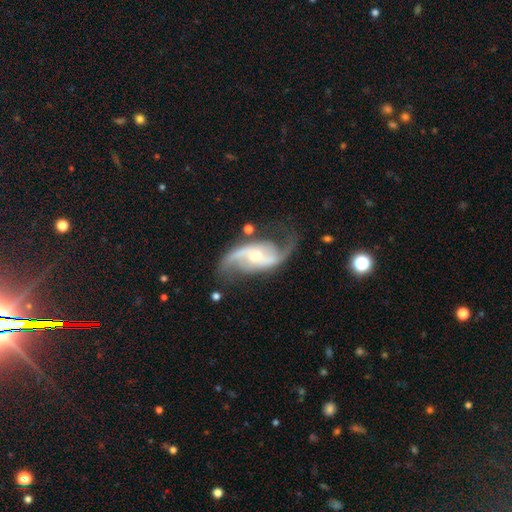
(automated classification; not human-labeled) Smooth or featured? Predicted: featured or disk (p=0.90). Edge-on disk? Predicted: no (p=0.97). Bar? Predicted: no (p=0.42). Spiral arms? Predicted: yes (p=0.97). Spiral winding? Predicted: loose (p=0.68). Spiral arm count? Predicted: 2 (p=0.93). Bulge size? Predicted: small (p=0.49). Merging? Predicted: none (p=0.71).